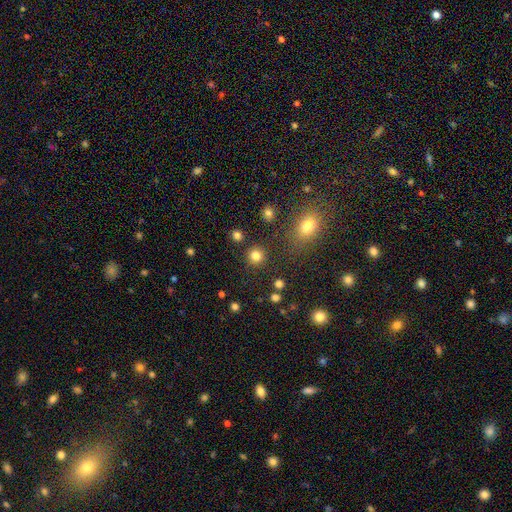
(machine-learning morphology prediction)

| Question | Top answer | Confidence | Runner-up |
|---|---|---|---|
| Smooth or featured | smooth | 83% | star or artifact (13%) |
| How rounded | round | 92% | in between (7%) |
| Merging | none | 88% | minor disturbance (6%) |